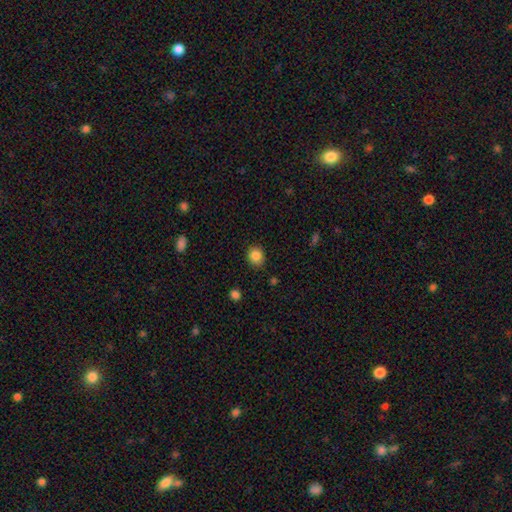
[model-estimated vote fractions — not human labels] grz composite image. It shows a smooth galaxy with no disk features (85%) that is round (72%). Merging: none (86%).